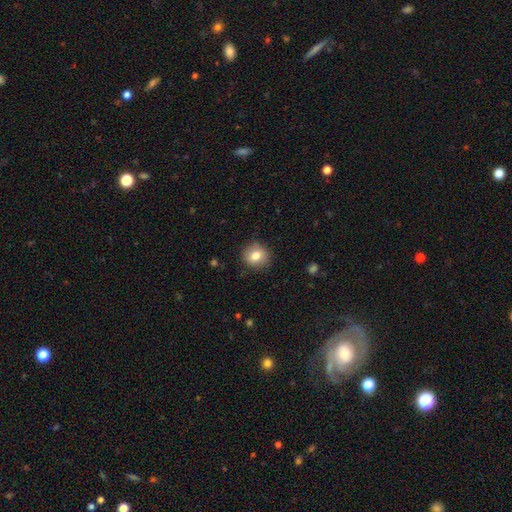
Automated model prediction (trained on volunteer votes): smooth_or_featured: smooth (p=0.80) [alt: featured or disk p=0.10]
how_rounded: round (p=0.86) [alt: in between p=0.13]
merging: none (p=0.86) [alt: minor disturbance p=0.10]